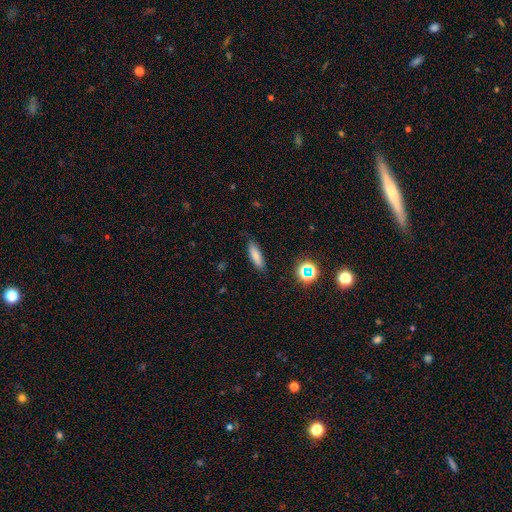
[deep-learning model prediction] This appears to be a smooth galaxy with no disk features (79%) that is cigar-shaped (59%). Merging: none (84%).